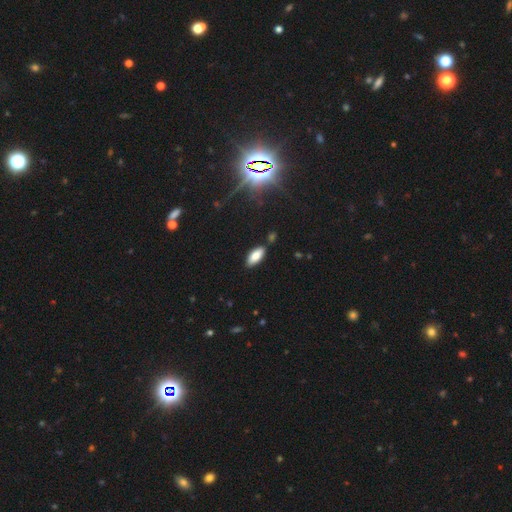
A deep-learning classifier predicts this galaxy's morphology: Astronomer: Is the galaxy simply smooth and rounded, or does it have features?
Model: smooth — 82%.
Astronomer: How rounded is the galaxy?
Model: in between — 85%.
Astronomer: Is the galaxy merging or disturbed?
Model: none — 85%.